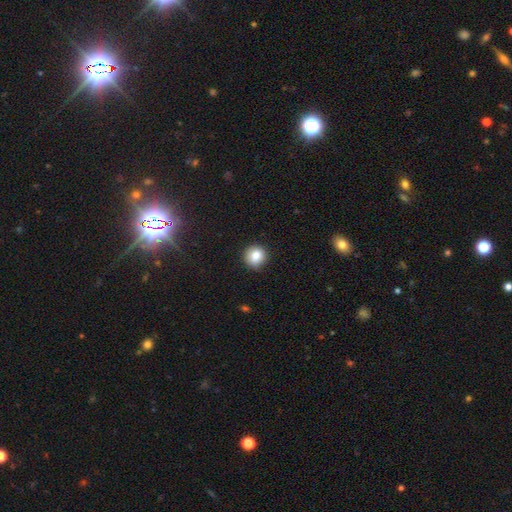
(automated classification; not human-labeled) This is clearly a smooth galaxy (85%). How rounded: clearly round (91%). Merging: clearly none (86%).